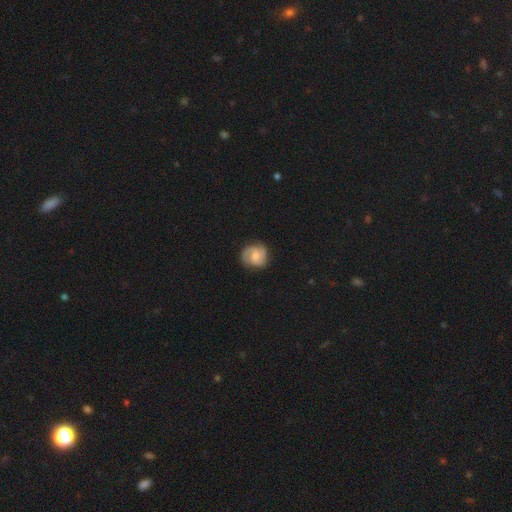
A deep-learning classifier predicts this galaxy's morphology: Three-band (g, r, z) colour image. It shows a featured or disk galaxy (72%) with no bar (49%), 2 (79%) medium (45%) spiral arms (95%) and a moderate central bulge (54%). Merging: none (81%).